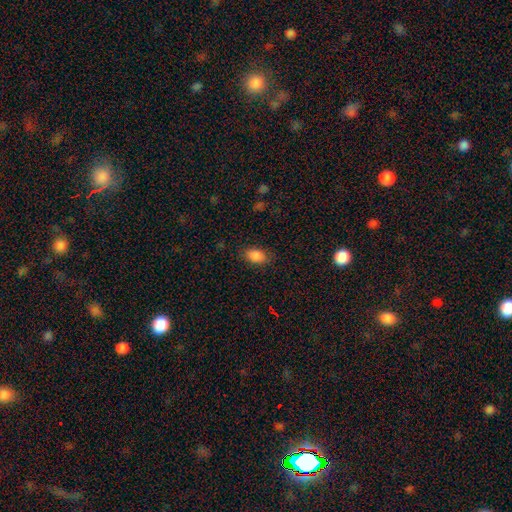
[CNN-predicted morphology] The model was most divided on "merging": none: 82%, minor disturbance: 13%, major disturbance: 4%, merger: 1%. More confident: how rounded — in between (88%); smooth or featured — smooth (87%).